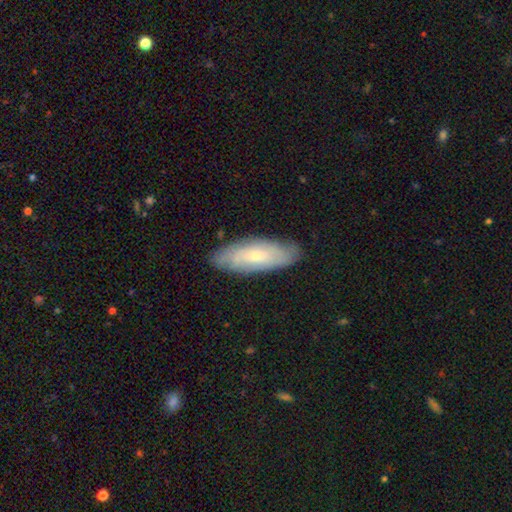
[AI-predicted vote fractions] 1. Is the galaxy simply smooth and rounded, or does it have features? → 54% smooth, 40% featured or disk, 6% star or artifact.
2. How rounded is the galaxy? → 65% in between, 34% cigar-shaped, 2% round.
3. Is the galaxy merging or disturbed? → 81% none, 15% minor disturbance, 3% major disturbance, 1% merger.